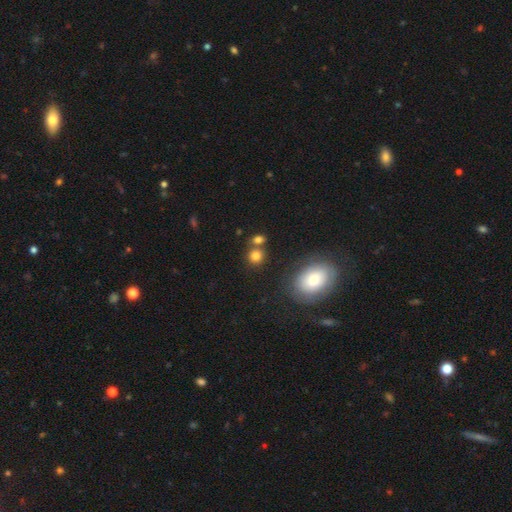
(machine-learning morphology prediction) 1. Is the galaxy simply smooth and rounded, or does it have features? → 81% smooth, 12% star or artifact, 7% featured or disk.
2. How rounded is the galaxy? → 83% round, 16% in between, 1% cigar-shaped.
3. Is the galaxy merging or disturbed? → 67% none, 21% merger, 9% minor disturbance, 4% major disturbance.